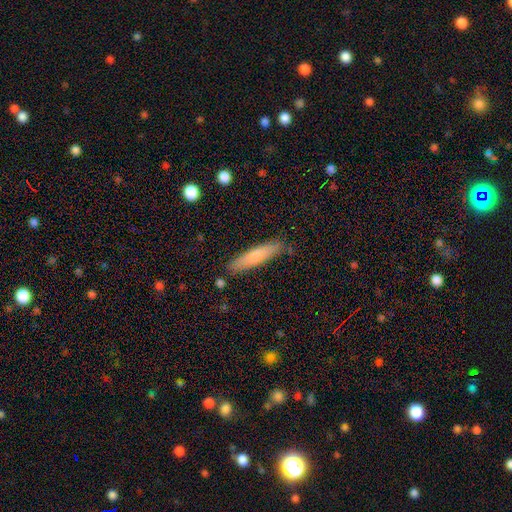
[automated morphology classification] A smooth galaxy with no disk features (74%) that is cigar-shaped (83%).

Vote fractions:
- Smooth or featured? smooth: 74% / featured or disk: 20% / star or artifact: 6%
- How rounded? cigar-shaped: 83% / in between: 16% / round: 1%
- Merging? none: 85% / minor disturbance: 11% / major disturbance: 2% / merger: 2%